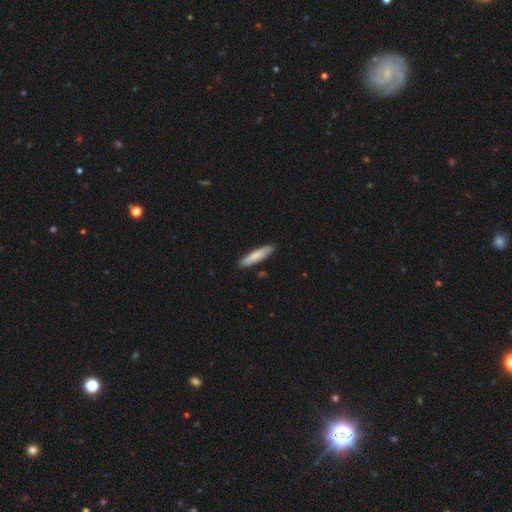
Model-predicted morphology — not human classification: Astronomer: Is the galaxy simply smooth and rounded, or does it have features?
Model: smooth — 80%.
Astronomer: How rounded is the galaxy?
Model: cigar-shaped — 85%.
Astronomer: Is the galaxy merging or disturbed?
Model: none — 89%.